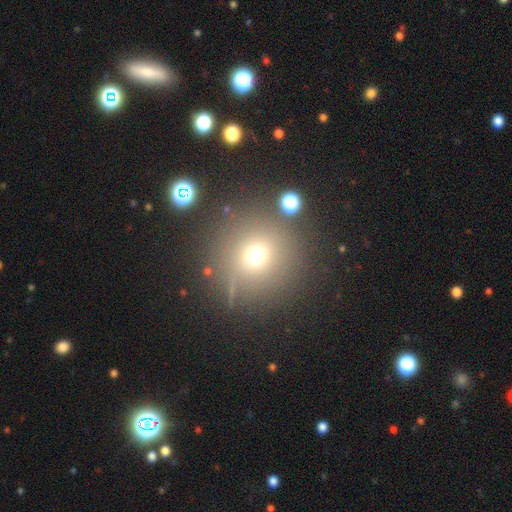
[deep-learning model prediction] Morphology: type=smooth (65%); roundness=round (94%); merging=none (84%).